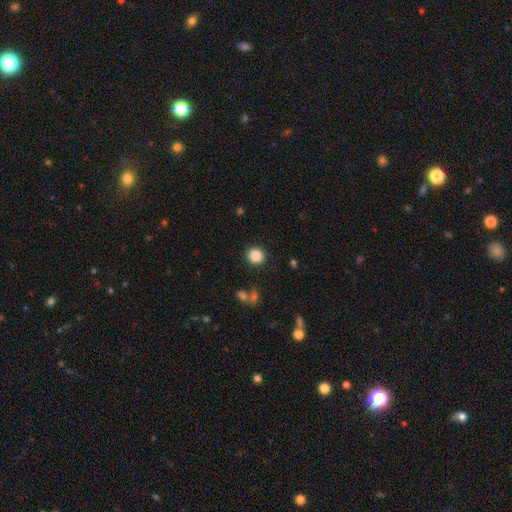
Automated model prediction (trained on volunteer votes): smooth_or_featured: smooth (p=0.87) [alt: star or artifact p=0.10]
how_rounded: round (p=0.91) [alt: in between p=0.08]
merging: none (p=0.90) [alt: minor disturbance p=0.06]